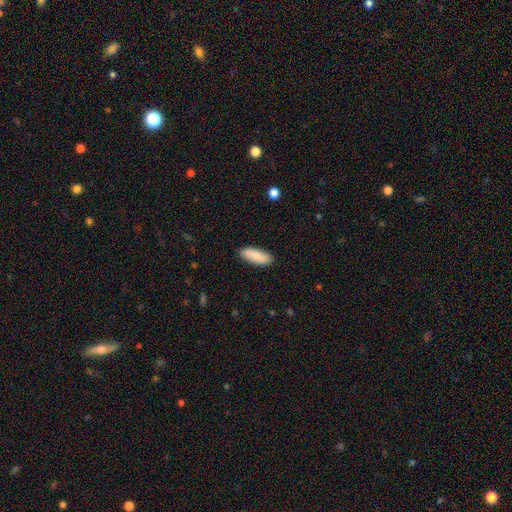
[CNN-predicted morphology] Smooth or featured? smooth (87%)
How rounded? in between (72%)
Merging? none (88%)